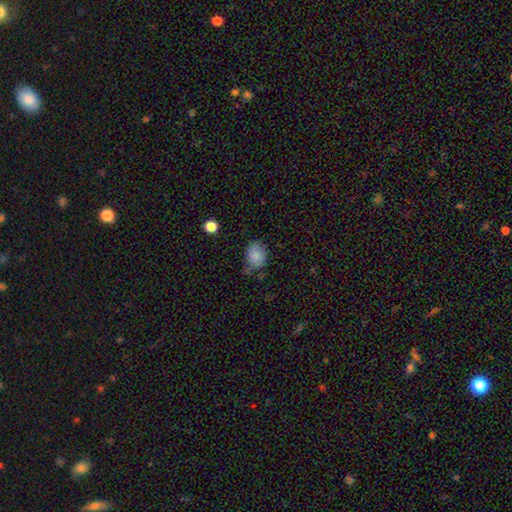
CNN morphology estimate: This is clearly a smooth galaxy (85%). How rounded: possibly in between (56%). Merging: likely none (61%).